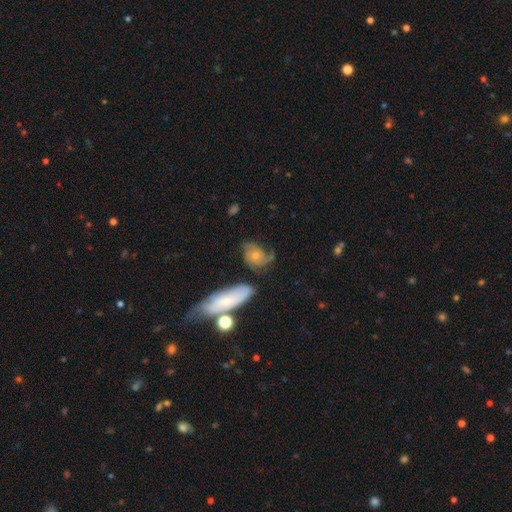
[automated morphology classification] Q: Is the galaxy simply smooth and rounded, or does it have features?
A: featured or disk — 56%.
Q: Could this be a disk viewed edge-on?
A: no — 95%.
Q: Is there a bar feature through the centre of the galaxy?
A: no — 79%.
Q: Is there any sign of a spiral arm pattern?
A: yes — 84%.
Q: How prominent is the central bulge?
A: small — 57%.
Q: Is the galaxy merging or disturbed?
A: none — 45%.